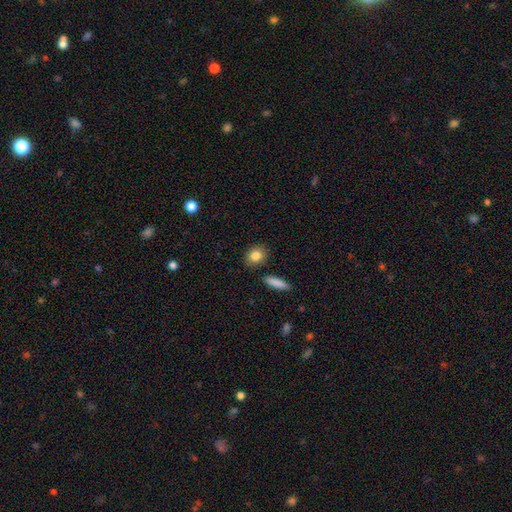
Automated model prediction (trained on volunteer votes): A smooth galaxy with no disk features (85%) that is round (57%). Merging: none (86%).